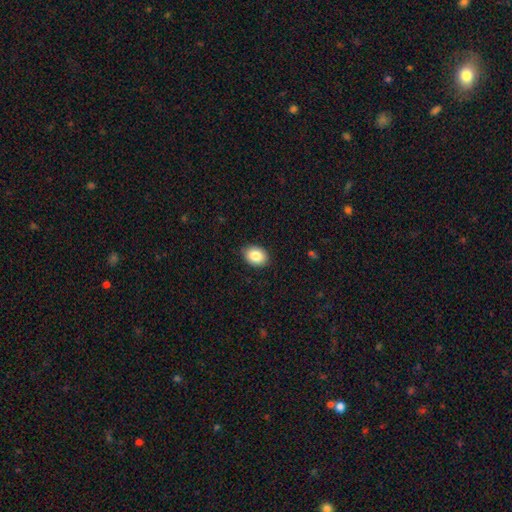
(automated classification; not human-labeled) Smooth or featured?
  - smooth: 85% *
  - star or artifact: 8%
  - featured or disk: 7%
How rounded?
  - in between: 65% *
  - round: 35%
  - cigar-shaped: 1%
Merging?
  - none: 87% *
  - minor disturbance: 10%
  - major disturbance: 2%
  - merger: 1%